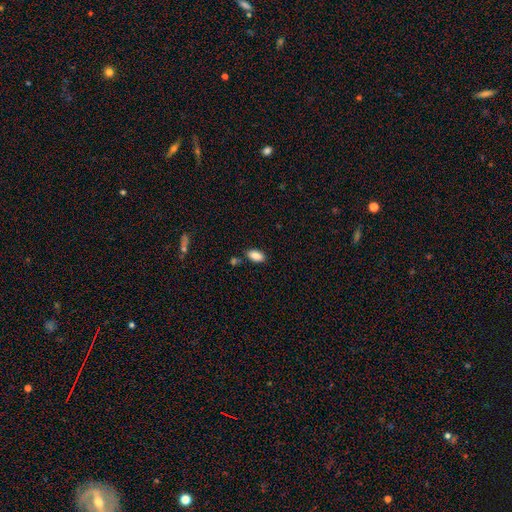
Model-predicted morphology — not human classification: This appears to be a smooth galaxy with no disk features (87%) that is in between round and cigar-shaped (93%). Merging: none (82%).